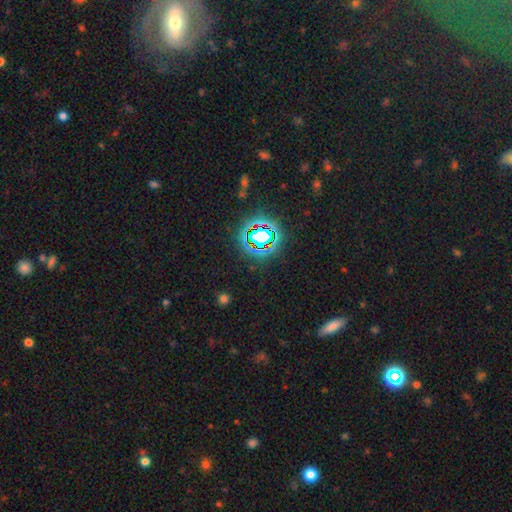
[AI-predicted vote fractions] This is likely a star or artifact rather than a galaxy (77%).